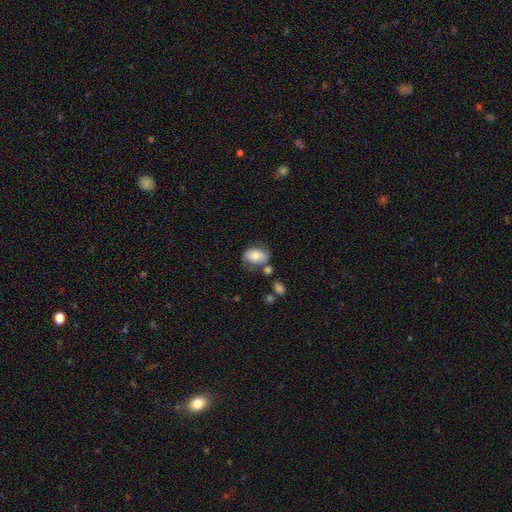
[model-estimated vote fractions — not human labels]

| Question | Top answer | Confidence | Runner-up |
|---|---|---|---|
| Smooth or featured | smooth | 74% | featured or disk (19%) |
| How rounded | in between | 81% | round (18%) |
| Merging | none | 51% | minor disturbance (25%) |